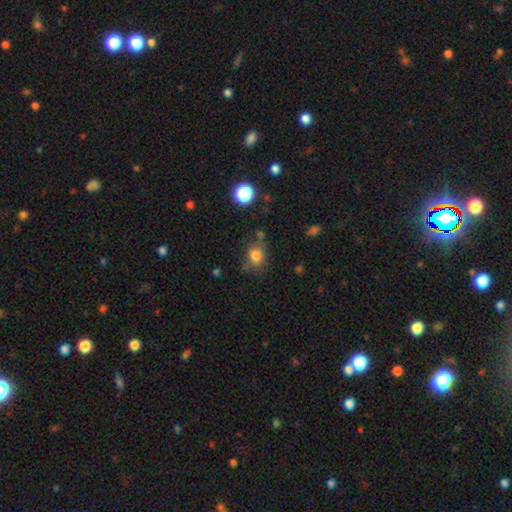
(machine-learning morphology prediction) type=smooth (80%); roundness=round (49%, tied with in between); merging=none (63%).